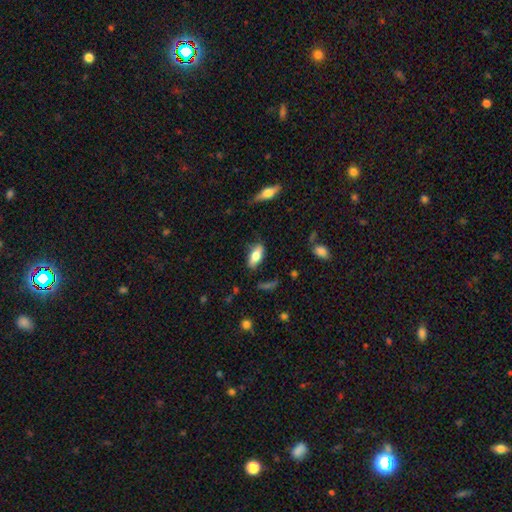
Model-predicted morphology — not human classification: A smooth galaxy with no disk features (71%) that is in between round and cigar-shaped (82%).

Vote fractions:
- Smooth or featured? smooth: 71% / featured or disk: 23% / star or artifact: 7%
- How rounded? in between: 82% / cigar-shaped: 15% / round: 3%
- Merging? none: 79% / minor disturbance: 15% / major disturbance: 4% / merger: 2%